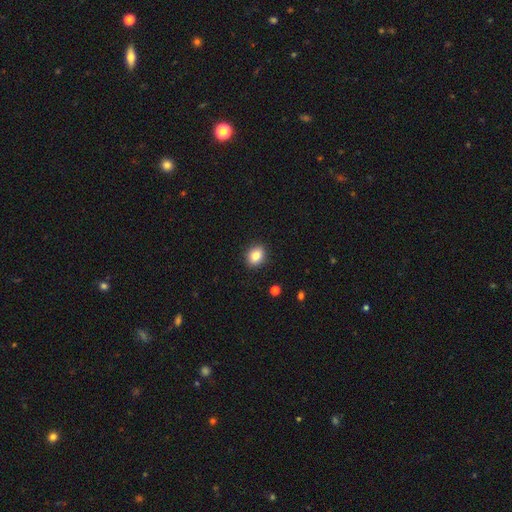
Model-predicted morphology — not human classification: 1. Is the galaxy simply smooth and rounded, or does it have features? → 83% smooth, 10% star or artifact, 8% featured or disk.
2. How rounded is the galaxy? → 52% in between, 47% round, 1% cigar-shaped.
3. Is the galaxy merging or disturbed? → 90% none, 7% minor disturbance, 2% major disturbance, 1% merger.